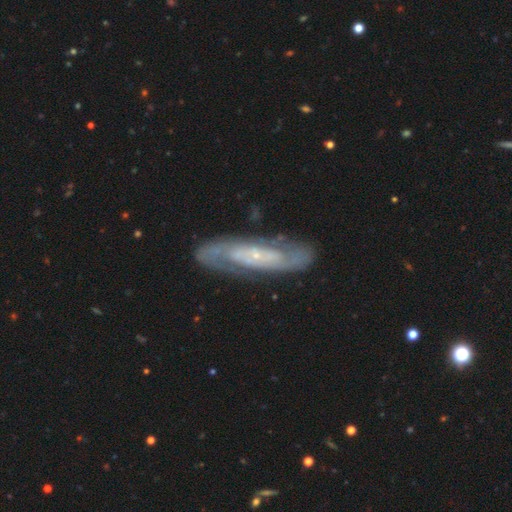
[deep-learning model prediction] smooth-or-featured: featured or disk: 81% | smooth: 13% | star or artifact: 6%
  disk-edge-on: no: 81% | yes: 19%
    bar: no: 56% | weak: 31% | strong: 13%
    has-spiral-arms: yes: 90% | no: 10%
      spiral-winding: tight: 49% | medium: 37% | loose: 13%
      spiral-arm-count: 2: 63% | can't tell: 25% | 3: 4% | 1: 3% | 4: 3% | more than 4: 2%
    bulge-size: small: 80% | moderate: 13% | none: 4% | large: 1% | dominant: 1%
  merging: none: 80% | minor disturbance: 14% | major disturbance: 4% | merger: 2%